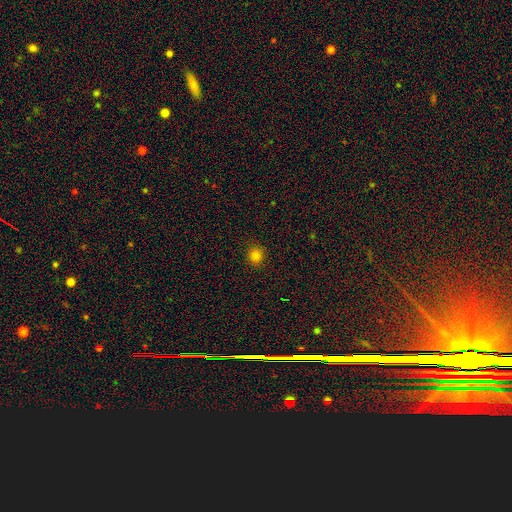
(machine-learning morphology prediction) Smooth or featured? Predicted: smooth (p=0.81). How rounded? Predicted: round (p=0.89). Merging? Predicted: none (p=0.90).